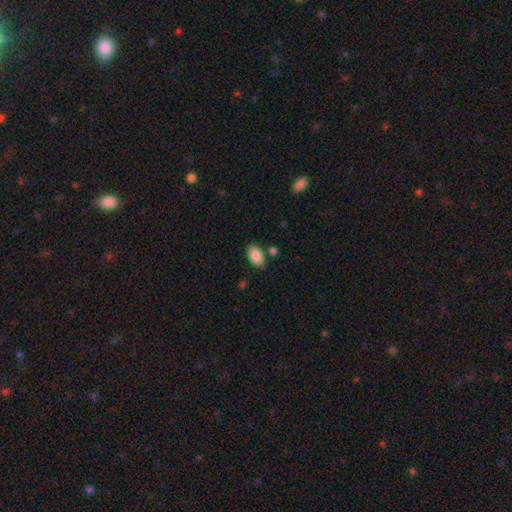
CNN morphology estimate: Smooth or featured: smooth — 87% (star or artifact — 7%)
How rounded: in between — 92% (round — 6%)
Merging: none — 80% (minor disturbance — 12%)